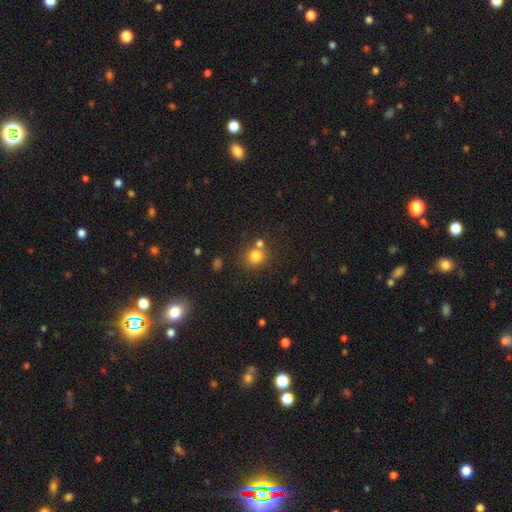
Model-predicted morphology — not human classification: A smooth galaxy with no disk features (78%) that is round (84%).

Vote fractions:
- Smooth or featured? smooth: 78% / star or artifact: 14% / featured or disk: 8%
- How rounded? round: 84% / in between: 15% / cigar-shaped: 1%
- Merging? none: 64% / merger: 23% / minor disturbance: 9% / major disturbance: 4%